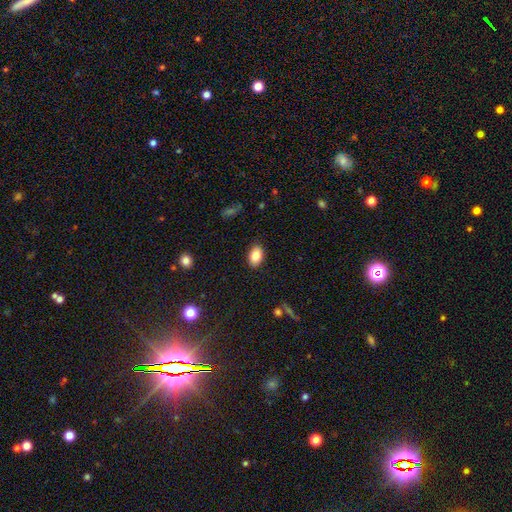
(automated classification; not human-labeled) smooth-or-featured: smooth: 85% | star or artifact: 8% | featured or disk: 7%
  how-rounded: in between: 88% | round: 11% | cigar-shaped: 1%
  merging: none: 88% | minor disturbance: 9% | major disturbance: 2% | merger: 1%